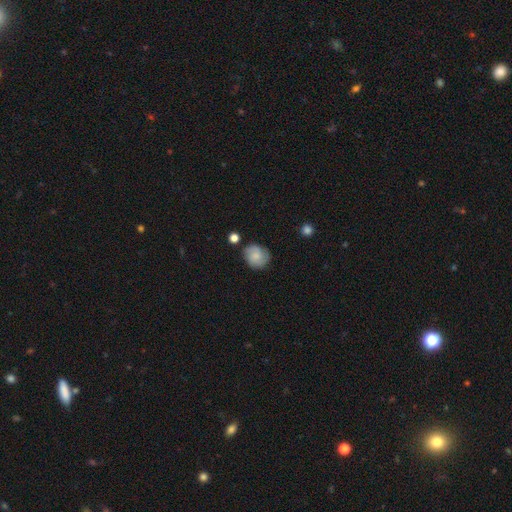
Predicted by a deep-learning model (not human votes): Smooth or featured? Predicted: smooth (p=0.68). How rounded? Predicted: round (p=0.75). Merging? Predicted: none (p=0.73).